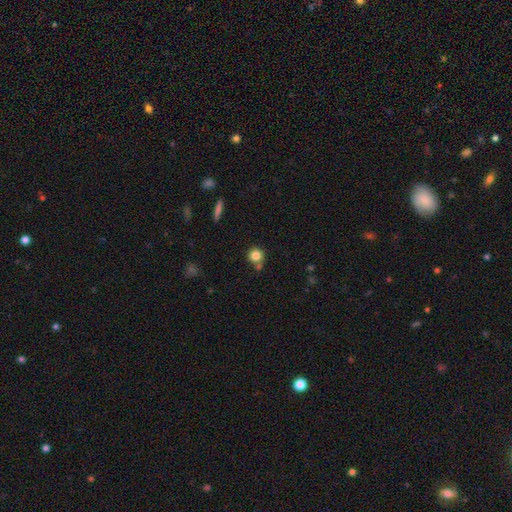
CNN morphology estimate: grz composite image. It shows a smooth galaxy with no disk features (81%) that is round (91%). Merging: none (68%).